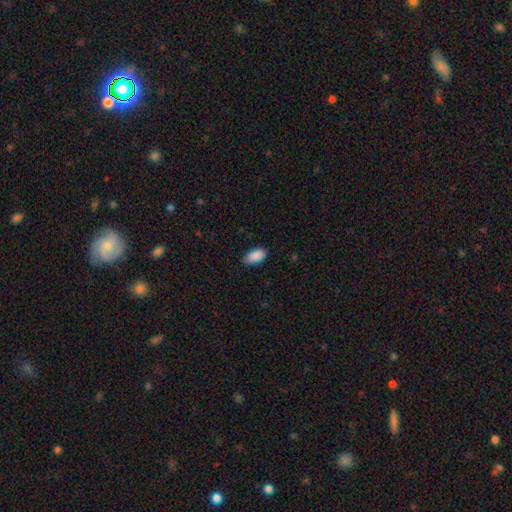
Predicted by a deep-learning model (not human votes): A smooth galaxy with no disk features (89%) that is in between round and cigar-shaped (94%). Merging: none (78%).